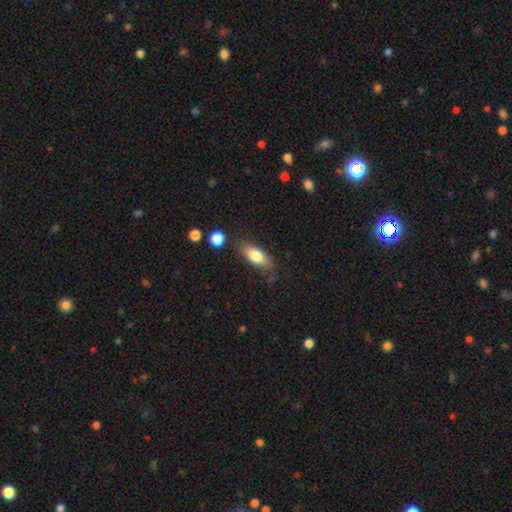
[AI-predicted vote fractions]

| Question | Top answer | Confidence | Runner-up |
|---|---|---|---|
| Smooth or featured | smooth | 76% | featured or disk (17%) |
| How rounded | in between | 75% | cigar-shaped (21%) |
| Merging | none | 78% | minor disturbance (15%) |